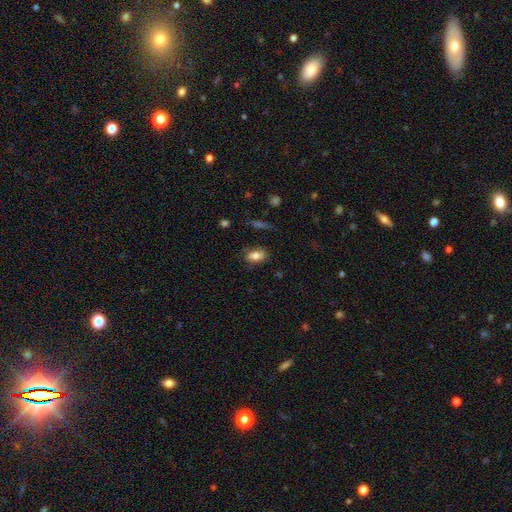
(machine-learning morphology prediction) The model was most divided on "merging": none: 76%, minor disturbance: 18%, major disturbance: 5%, merger: 2%. More confident: how rounded — in between (87%); smooth or featured — smooth (79%).